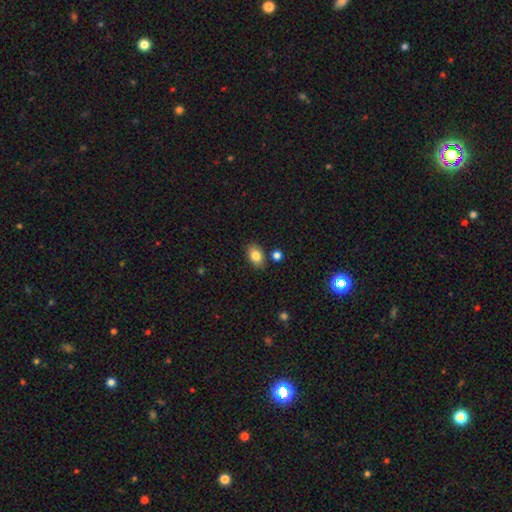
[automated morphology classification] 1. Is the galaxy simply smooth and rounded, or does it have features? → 83% smooth, 9% star or artifact, 8% featured or disk.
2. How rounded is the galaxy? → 80% in between, 18% round, 1% cigar-shaped.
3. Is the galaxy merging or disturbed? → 82% none, 11% minor disturbance, 5% merger, 2% major disturbance.